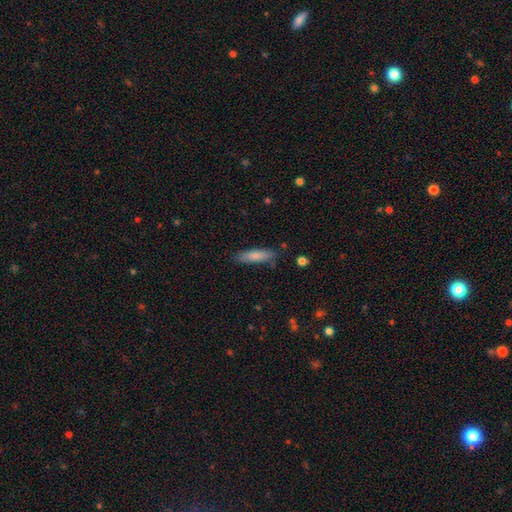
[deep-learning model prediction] Smooth or featured? smooth (79%)
How rounded? cigar-shaped (75%)
Merging? none (81%)